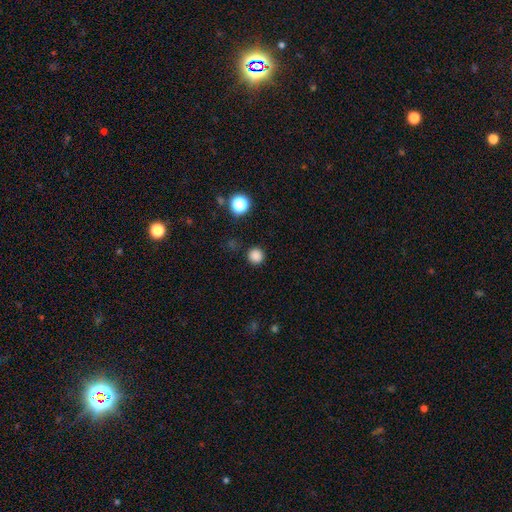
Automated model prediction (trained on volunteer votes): smooth-or-featured: smooth: 83% | star or artifact: 14% | featured or disk: 3%
  how-rounded: round: 95% | in between: 4% | cigar-shaped: 1%
  merging: none: 90% | minor disturbance: 6% | major disturbance: 2% | merger: 2%